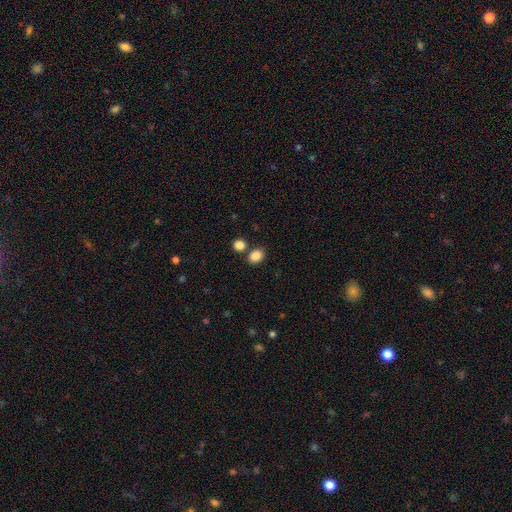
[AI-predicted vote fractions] A smooth galaxy with no disk features (86%) that is in between round and cigar-shaped (58%).

Vote fractions:
- Smooth or featured? smooth: 86% / star or artifact: 10% / featured or disk: 4%
- How rounded? in between: 58% / round: 41% / cigar-shaped: 1%
- Merging? none: 72% / merger: 16% / minor disturbance: 9% / major disturbance: 3%